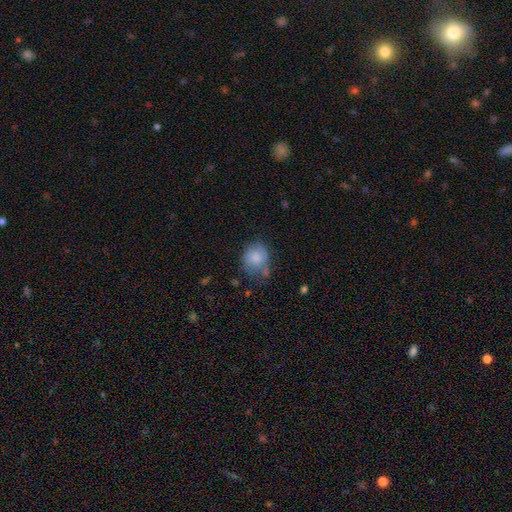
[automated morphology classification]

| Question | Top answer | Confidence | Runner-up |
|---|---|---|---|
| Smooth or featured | smooth | 75% | featured or disk (16%) |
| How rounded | round | 70% | in between (29%) |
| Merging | none | 45% | minor disturbance (34%) |